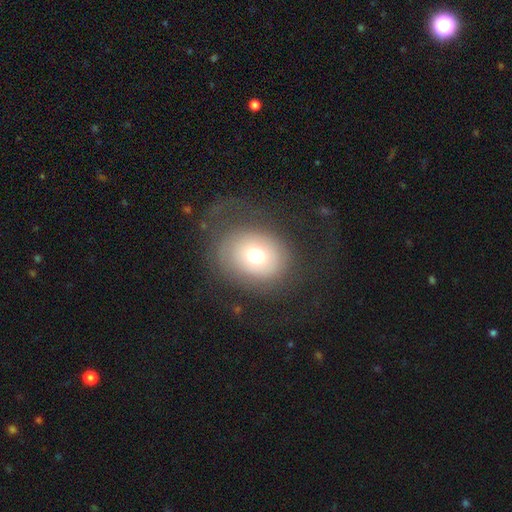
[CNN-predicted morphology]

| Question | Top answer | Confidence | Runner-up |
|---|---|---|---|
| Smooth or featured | smooth | 60% | featured or disk (30%) |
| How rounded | round | 54% | in between (45%) |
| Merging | none | 53% | major disturbance (27%) |